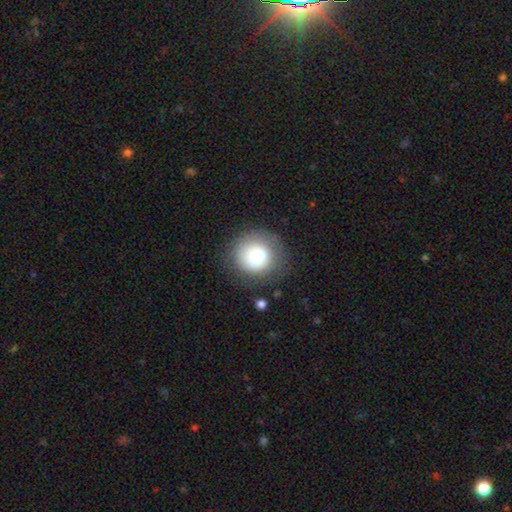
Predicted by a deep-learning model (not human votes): Q: Smooth or featured?
A: smooth (78%); runner-up: featured or disk (14%)
Q: How rounded?
A: round (93%); runner-up: in between (6%)
Q: Merging?
A: none (78%); runner-up: minor disturbance (13%)